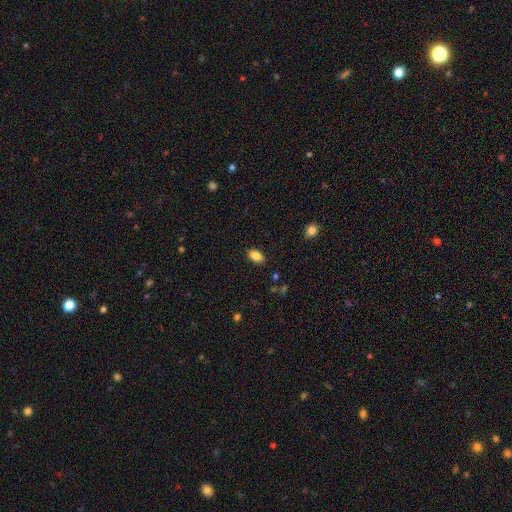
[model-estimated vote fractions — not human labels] smooth_or_featured: smooth (p=0.87) [alt: star or artifact p=0.09]
how_rounded: in between (p=0.90) [alt: round p=0.07]
merging: none (p=0.87) [alt: minor disturbance p=0.10]